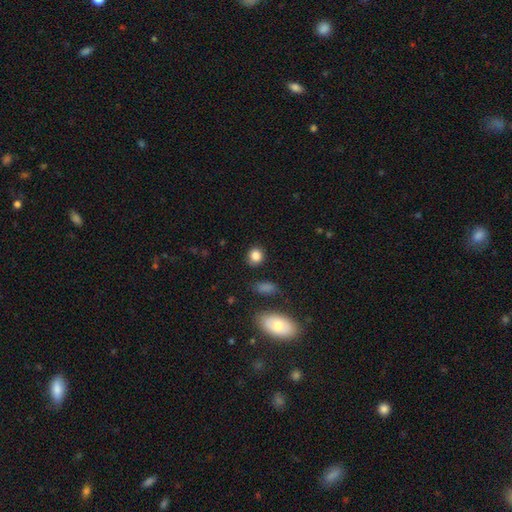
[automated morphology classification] Smooth or featured: smooth — 85% (star or artifact — 10%)
How rounded: round — 72% (in between — 27%)
Merging: none — 85% (minor disturbance — 10%)